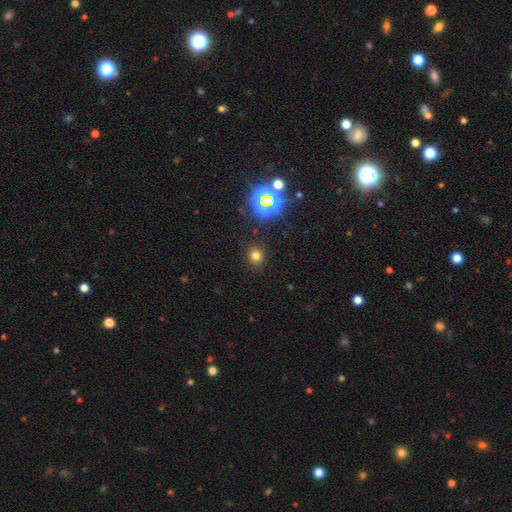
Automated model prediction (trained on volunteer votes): A smooth galaxy with no disk features (72%) that is round (87%). Merging: none (88%).